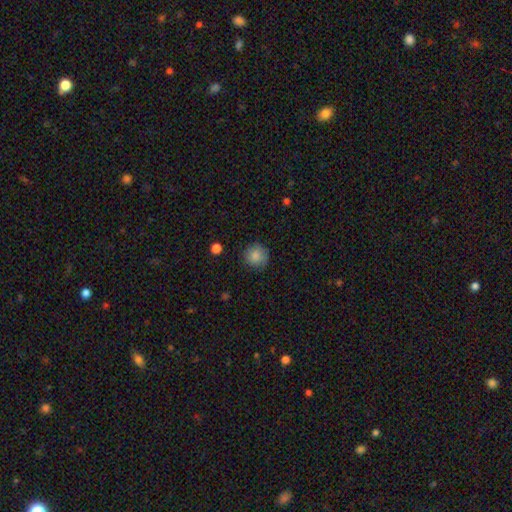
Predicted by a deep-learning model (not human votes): smooth-or-featured: smooth: 86% | star or artifact: 9% | featured or disk: 5%
  how-rounded: round: 93% | in between: 6% | cigar-shaped: 1%
  merging: none: 84% | minor disturbance: 12% | major disturbance: 3% | merger: 1%